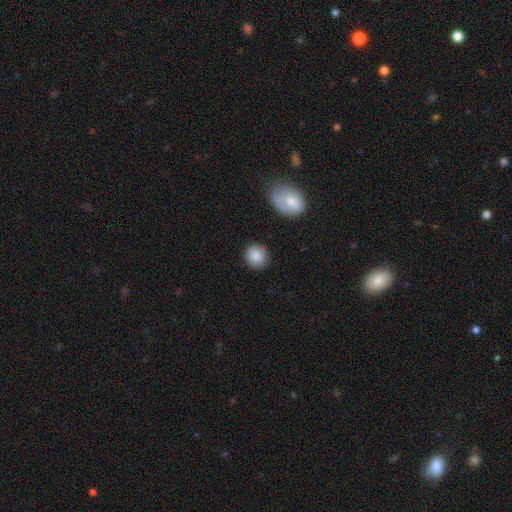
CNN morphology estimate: This is clearly a smooth galaxy (87%). How rounded: clearly round (86%). Merging: clearly none (87%).